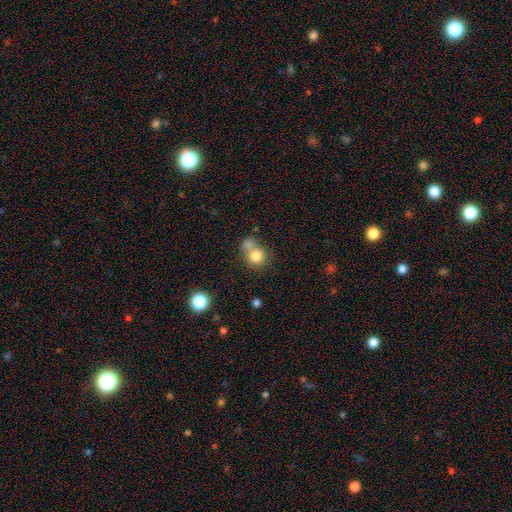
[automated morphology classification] smooth_or_featured: smooth (p=0.79) [alt: featured or disk p=0.11]
how_rounded: round (p=0.83) [alt: in between p=0.16]
merging: none (p=0.43) [alt: merger p=0.42]